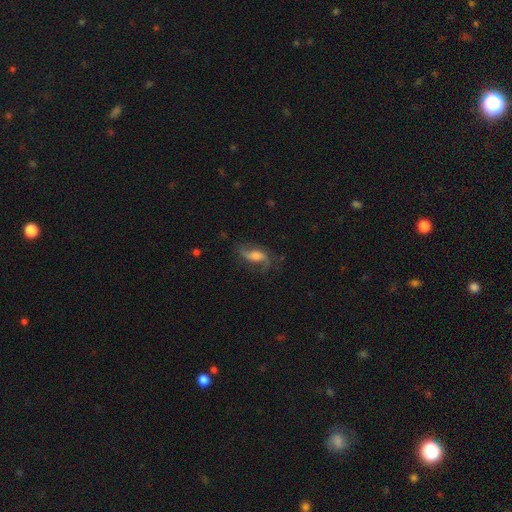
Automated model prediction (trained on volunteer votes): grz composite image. It shows a featured or disk galaxy (72%) with no bar (43%), 2 (85%) loose (66%) spiral arms (92%) and a moderate central bulge (49%). Merging: none (65%).